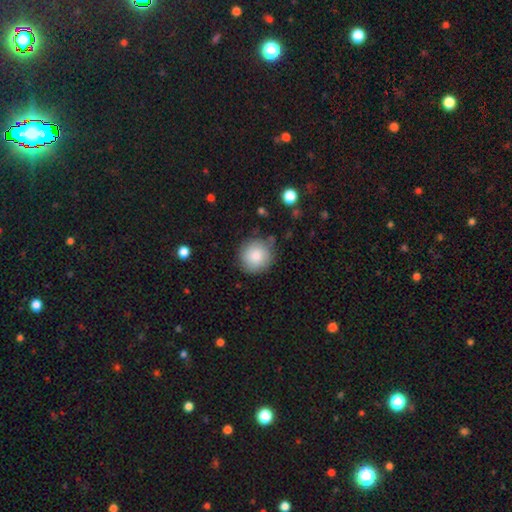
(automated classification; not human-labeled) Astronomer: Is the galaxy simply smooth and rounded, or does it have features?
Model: smooth — 82%.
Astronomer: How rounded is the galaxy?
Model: round — 92%.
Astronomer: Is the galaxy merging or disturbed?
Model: none — 79%.